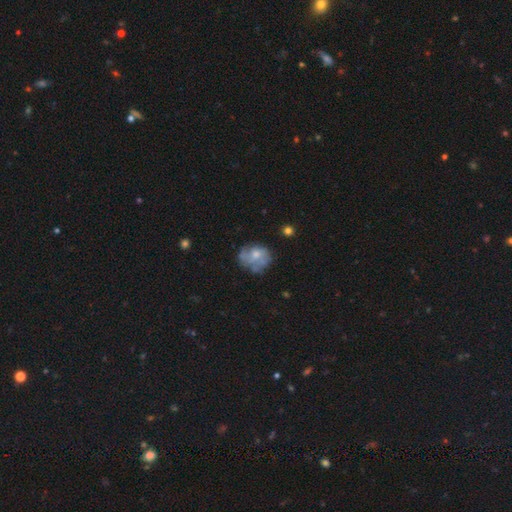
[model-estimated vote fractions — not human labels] Smooth or featured? Predicted: smooth (p=0.50). How rounded? Predicted: round (p=0.62). Merging? Predicted: none (p=0.51).